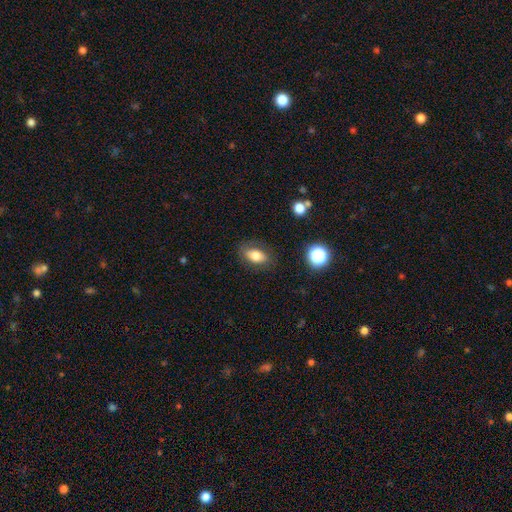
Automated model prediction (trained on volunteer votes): Q: Smooth or featured?
A: smooth (74%); runner-up: featured or disk (17%)
Q: How rounded?
A: in between (87%); runner-up: round (10%)
Q: Merging?
A: none (79%); runner-up: minor disturbance (14%)